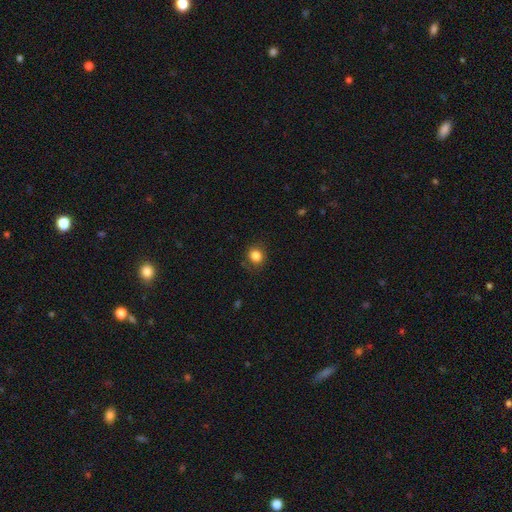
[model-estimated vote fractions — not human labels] This appears to be a smooth galaxy with no disk features (84%) that is round (78%). Merging: none (82%).